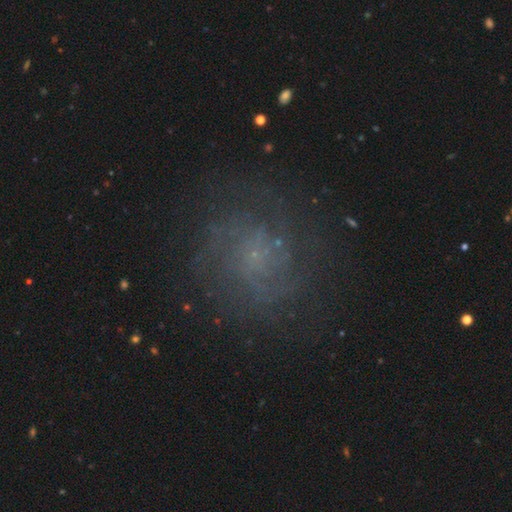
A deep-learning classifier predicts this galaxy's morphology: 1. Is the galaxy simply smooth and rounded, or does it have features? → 58% featured or disk, 23% smooth, 19% star or artifact.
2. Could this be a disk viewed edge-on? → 97% no, 3% yes.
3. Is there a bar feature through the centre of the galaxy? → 80% no, 18% weak, 3% strong.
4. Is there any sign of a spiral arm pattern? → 79% yes, 21% no.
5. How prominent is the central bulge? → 63% small, 25% none, 10% moderate, 2% large, 1% dominant.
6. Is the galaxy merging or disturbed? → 75% none, 13% minor disturbance, 10% major disturbance, 1% merger.